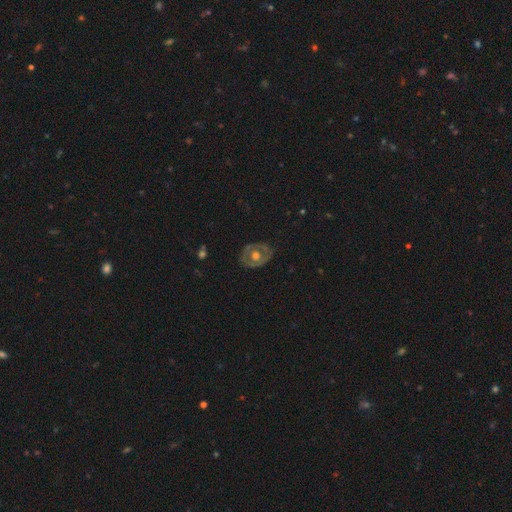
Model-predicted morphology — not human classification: featured or disk 60%, smooth 34%, star or artifact 6%. Down the decision tree: edge-on disk — no (94%); bar — no (85%); spiral arms — no (81%); bulge size — moderate (70%); merging — none (77%).